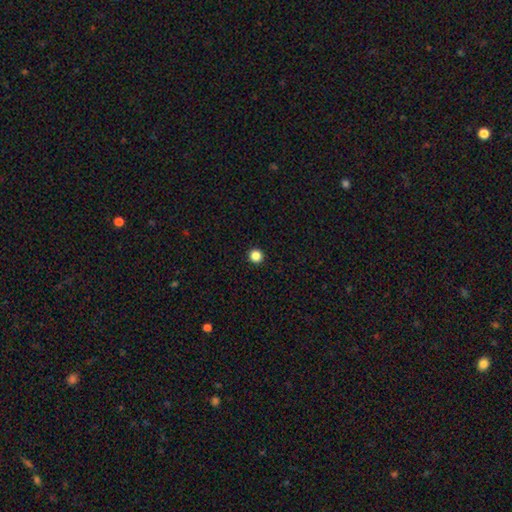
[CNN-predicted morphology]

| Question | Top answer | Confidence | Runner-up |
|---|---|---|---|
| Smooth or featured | smooth | 86% | star or artifact (11%) |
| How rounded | round | 96% | in between (3%) |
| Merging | none | 94% | minor disturbance (3%) |